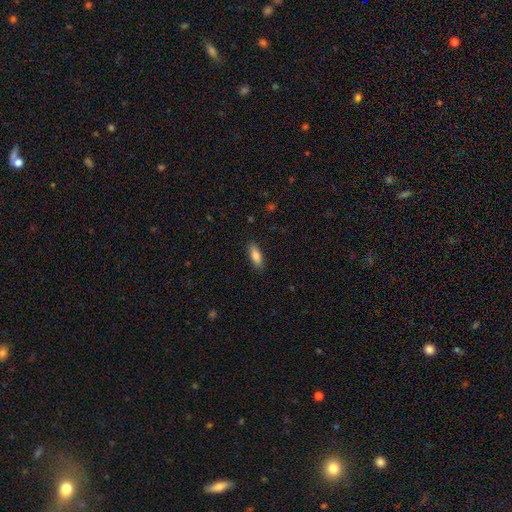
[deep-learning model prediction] A smooth galaxy with no disk features (85%) that is in between round and cigar-shaped (73%). Merging: none (87%).